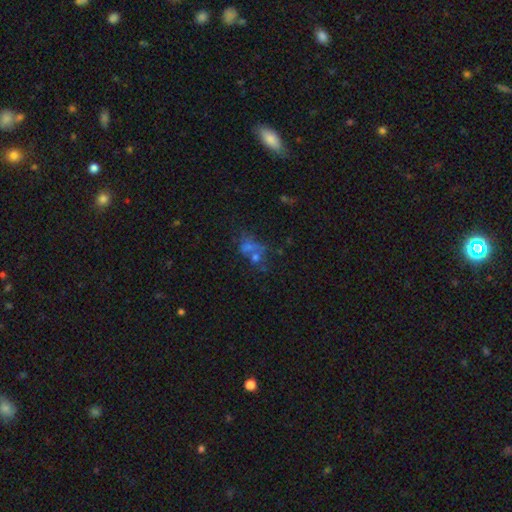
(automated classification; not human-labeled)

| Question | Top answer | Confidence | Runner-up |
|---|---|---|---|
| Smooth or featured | smooth | 39% | star or artifact (38%) |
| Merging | none | 41% | merger (36%) |